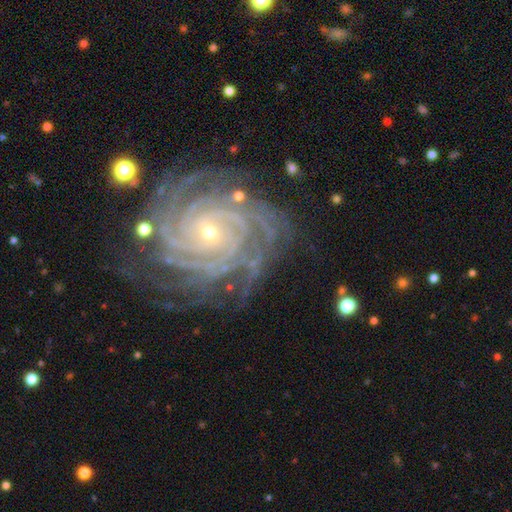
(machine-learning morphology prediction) Q: Smooth or featured?
A: featured or disk (92%); runner-up: star or artifact (5%)
Q: Edge-on disk?
A: no (98%); runner-up: yes (2%)
Q: Bar?
A: no (59%); runner-up: weak (27%)
Q: Spiral arms?
A: yes (99%); runner-up: no (1%)
Q: Spiral winding?
A: tight (84%); runner-up: medium (14%)
Q: Spiral arm count?
A: more than 4 (28%); runner-up: 4 (27%)
Q: Bulge size?
A: small (79%); runner-up: moderate (18%)
Q: Merging?
A: none (80%); runner-up: minor disturbance (13%)